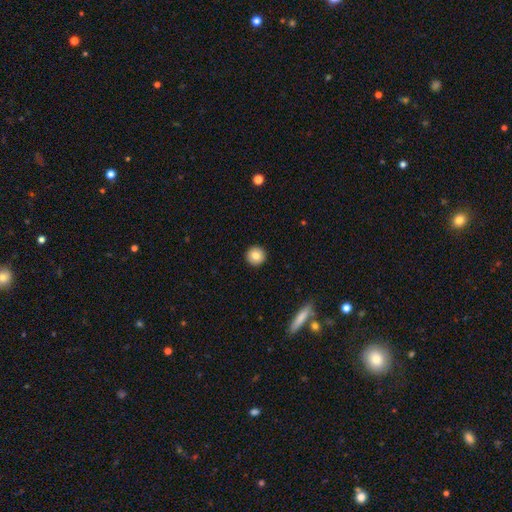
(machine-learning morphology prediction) smooth 83%, featured or disk 9%, star or artifact 8%. Down the decision tree: how rounded — round (96%); merging — none (93%).